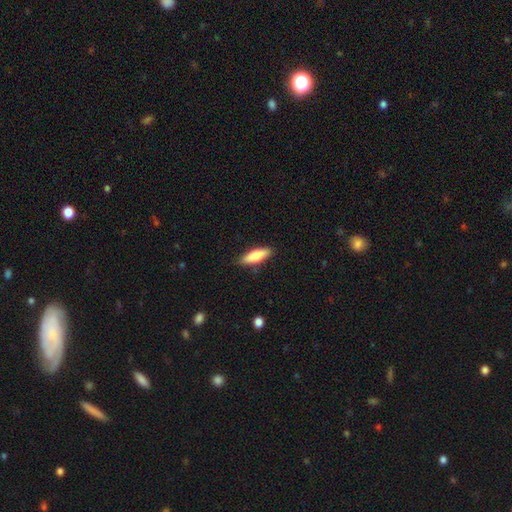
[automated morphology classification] Overall: smooth (74%). How rounded: in between (52%; cigar-shaped 46%). Merging: none (87%).